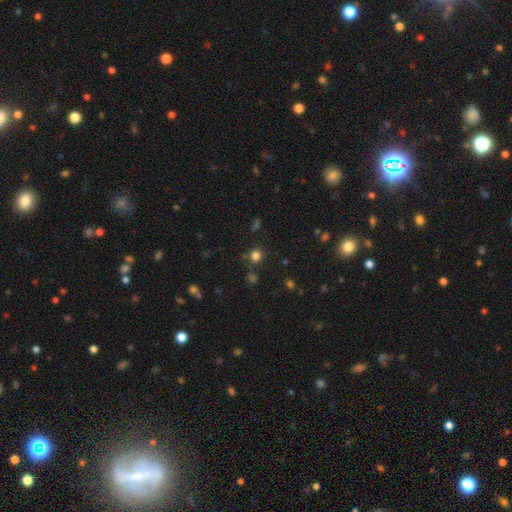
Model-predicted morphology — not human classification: This is likely a smooth galaxy (77%). How rounded: clearly round (87%). Merging: clearly none (80%).